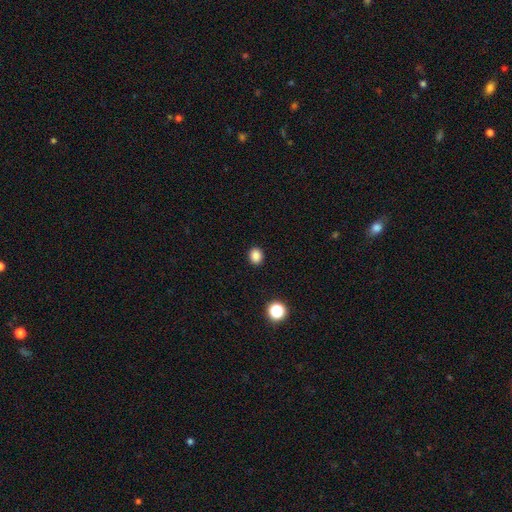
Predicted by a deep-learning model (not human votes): This is clearly a smooth galaxy (85%). How rounded: likely round (66%). Merging: clearly none (92%).